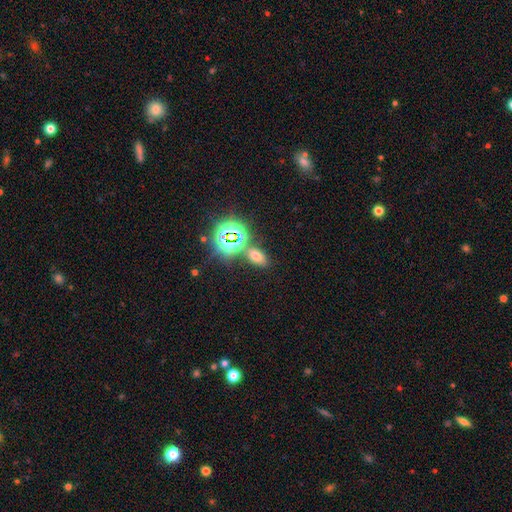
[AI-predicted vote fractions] The model was most divided on "smooth or featured": smooth: 55%, star or artifact: 36%, featured or disk: 9%. More confident: how rounded — in between (85%); merging — none (73%).